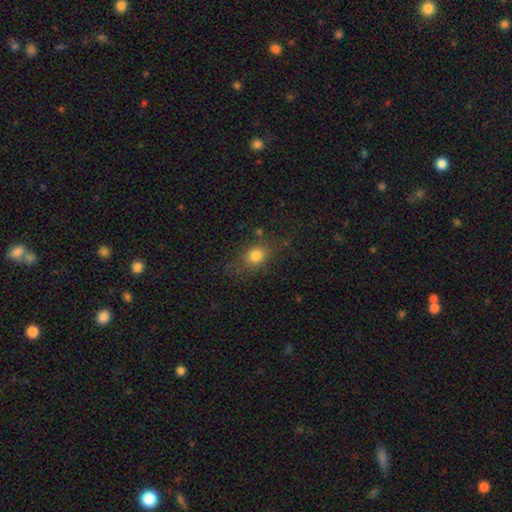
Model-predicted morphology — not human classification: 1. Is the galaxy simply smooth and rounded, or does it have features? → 79% smooth, 12% star or artifact, 9% featured or disk.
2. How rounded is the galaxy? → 51% round, 46% in between, 3% cigar-shaped.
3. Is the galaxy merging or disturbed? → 69% none, 19% minor disturbance, 10% major disturbance, 3% merger.